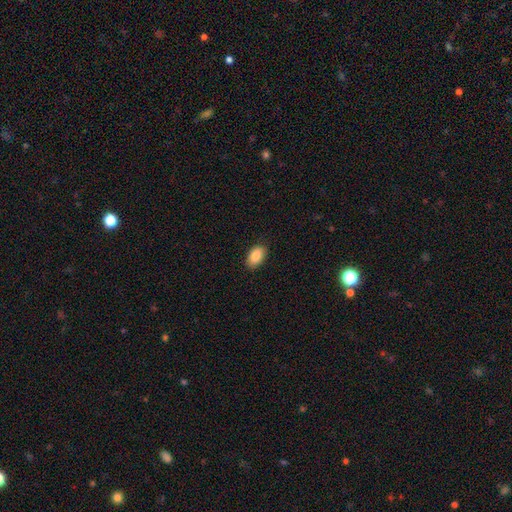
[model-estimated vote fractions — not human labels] Smooth or featured? smooth (86%)
How rounded? in between (92%)
Merging? none (88%)